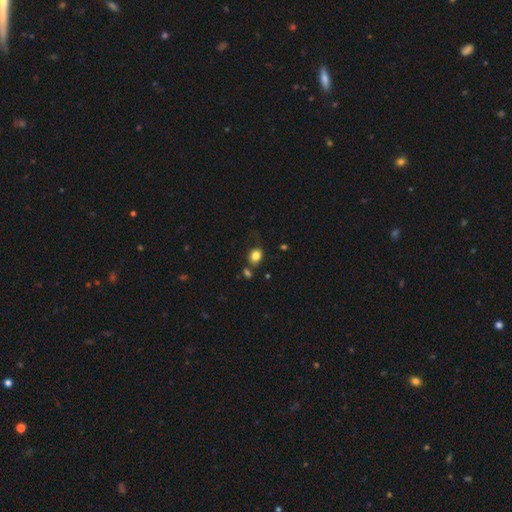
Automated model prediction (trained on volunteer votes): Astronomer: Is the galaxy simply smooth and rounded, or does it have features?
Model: smooth — 82%.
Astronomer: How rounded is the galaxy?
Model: round — 54% (runner-up: in between, 45%).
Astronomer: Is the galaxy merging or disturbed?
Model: none — 69%.